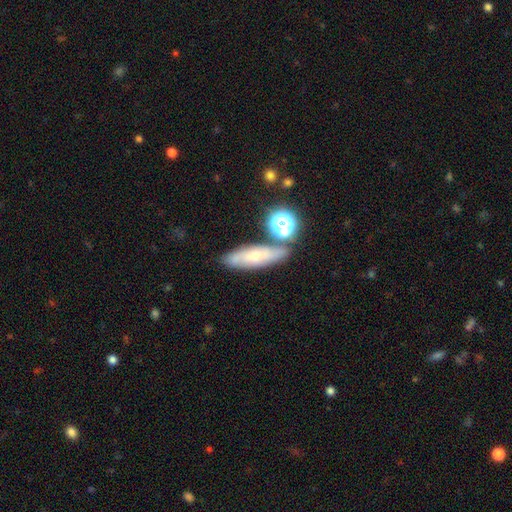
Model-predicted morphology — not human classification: Smooth or featured?
  - smooth: 48% *
  - featured or disk: 37%
  - star or artifact: 15%
Merging?
  - none: 68% *
  - minor disturbance: 14%
  - merger: 13%
  - major disturbance: 5%